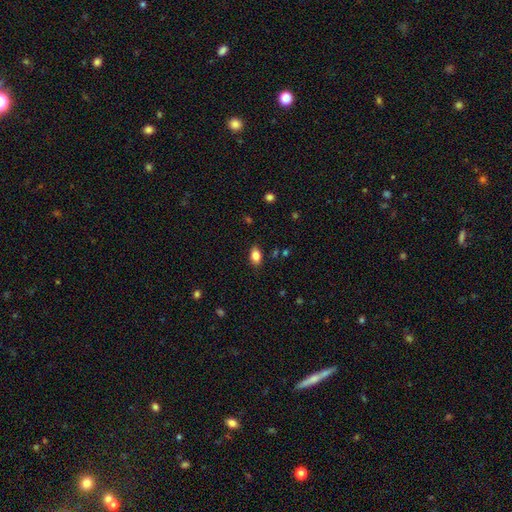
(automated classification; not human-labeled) The model was most divided on "how rounded": in between: 85%, round: 12%, cigar-shaped: 2%. More confident: merging — none (85%); smooth or featured — smooth (83%).